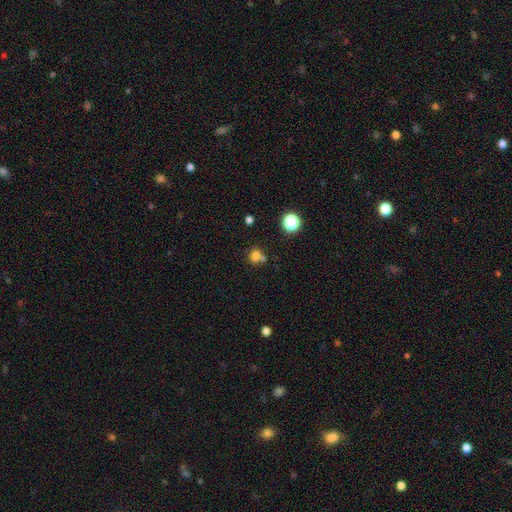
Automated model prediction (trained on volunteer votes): Morphology: type=smooth (75%); roundness=round (81%); merging=none (57%).